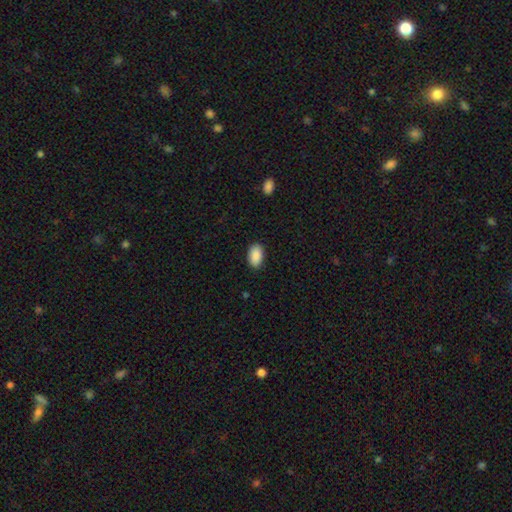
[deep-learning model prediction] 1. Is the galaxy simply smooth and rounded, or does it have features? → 91% smooth, 7% star or artifact, 3% featured or disk.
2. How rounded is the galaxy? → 93% in between, 5% round, 1% cigar-shaped.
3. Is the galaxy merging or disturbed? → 88% none, 9% minor disturbance, 2% major disturbance, 1% merger.